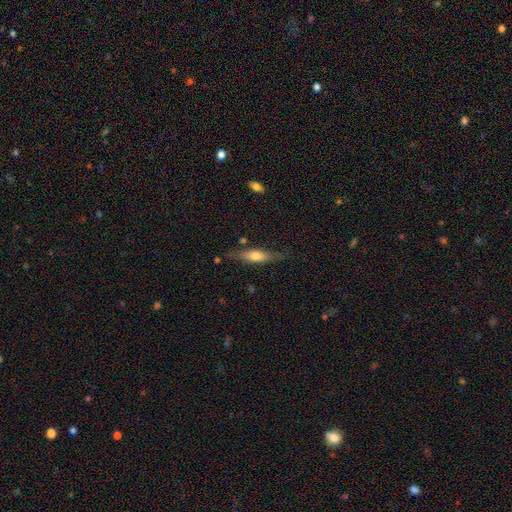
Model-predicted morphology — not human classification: Q: Smooth or featured?
A: smooth (53%); runner-up: featured or disk (40%)
Q: How rounded?
A: cigar-shaped (64%); runner-up: in between (34%)
Q: Merging?
A: none (73%); runner-up: minor disturbance (19%)